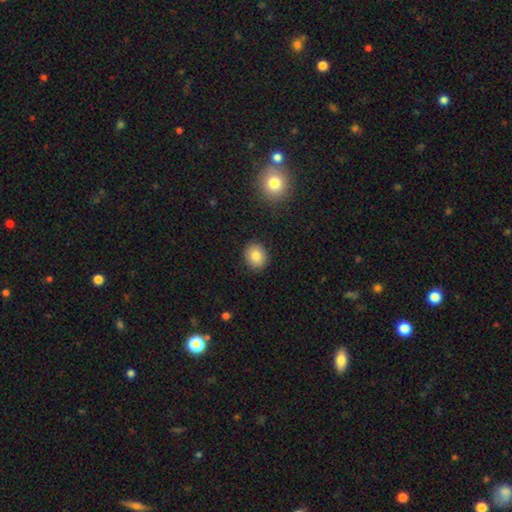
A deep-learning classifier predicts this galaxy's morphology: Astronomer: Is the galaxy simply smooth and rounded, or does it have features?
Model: smooth — 84%.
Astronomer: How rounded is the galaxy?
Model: round — 67%.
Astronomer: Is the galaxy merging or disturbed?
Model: none — 88%.